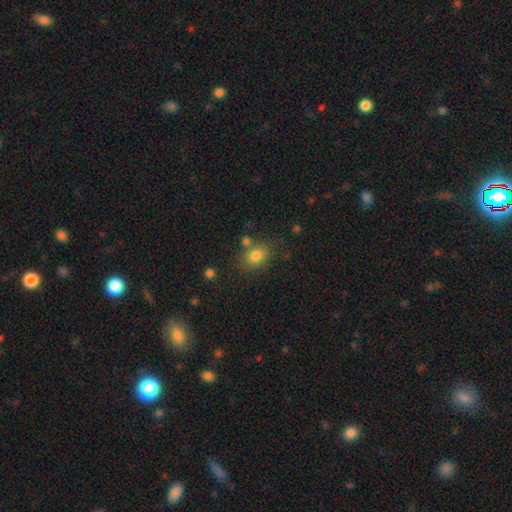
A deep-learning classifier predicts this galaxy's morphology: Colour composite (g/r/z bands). It shows a smooth galaxy with no disk features (80%) that is in between round and cigar-shaped (61%). Merging: none (71%).